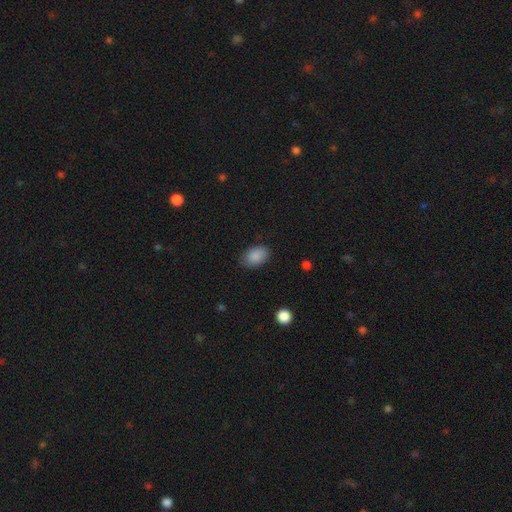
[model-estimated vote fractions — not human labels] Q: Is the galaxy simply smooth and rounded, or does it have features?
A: smooth — 88%.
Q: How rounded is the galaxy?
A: in between — 84%.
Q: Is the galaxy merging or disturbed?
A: none — 82%.